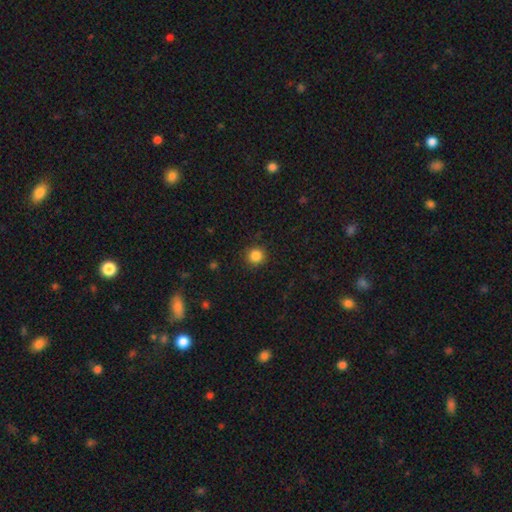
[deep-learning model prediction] Morphology: type=smooth (85%); roundness=round (93%); merging=none (90%).